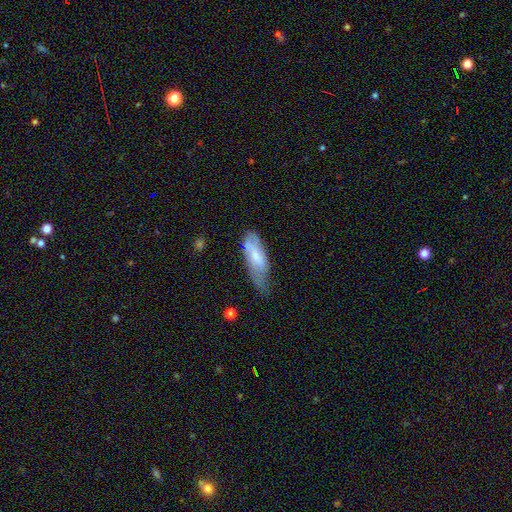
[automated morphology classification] Q: Smooth or featured?
A: smooth (65%); runner-up: featured or disk (28%)
Q: How rounded?
A: in between (67%); runner-up: cigar-shaped (31%)
Q: Merging?
A: minor disturbance (43%); runner-up: none (36%)